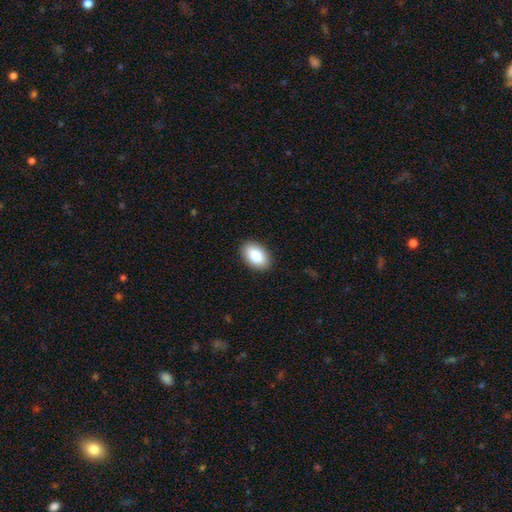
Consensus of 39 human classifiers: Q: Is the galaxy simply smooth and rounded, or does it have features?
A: smooth — 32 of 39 (82%).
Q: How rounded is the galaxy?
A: in between — 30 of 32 (94%).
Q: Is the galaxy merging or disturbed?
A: none — 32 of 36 (89%).